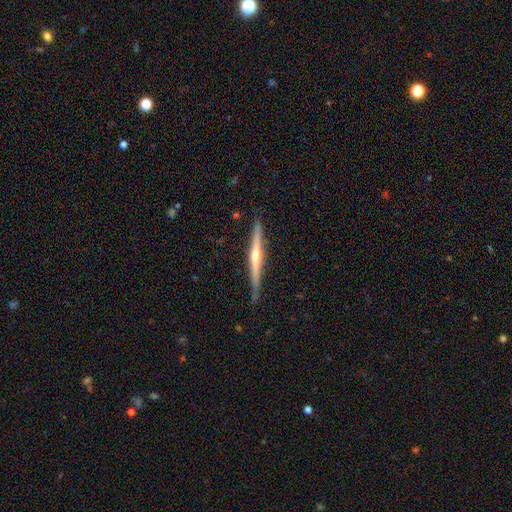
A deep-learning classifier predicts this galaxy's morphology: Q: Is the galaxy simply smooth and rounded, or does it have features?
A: featured or disk — 78%.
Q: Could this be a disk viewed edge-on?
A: yes — 98%.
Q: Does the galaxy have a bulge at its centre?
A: rounded — 87%.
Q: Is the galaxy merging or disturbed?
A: none — 87%.